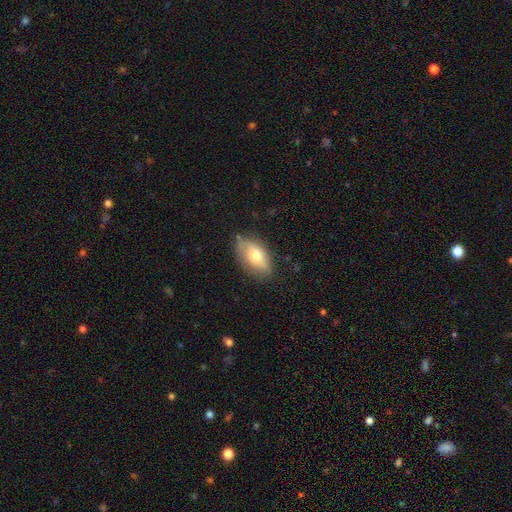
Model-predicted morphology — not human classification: This appears to be a smooth galaxy with no disk features (67%) that is in between round and cigar-shaped (92%). Merging: none (73%).